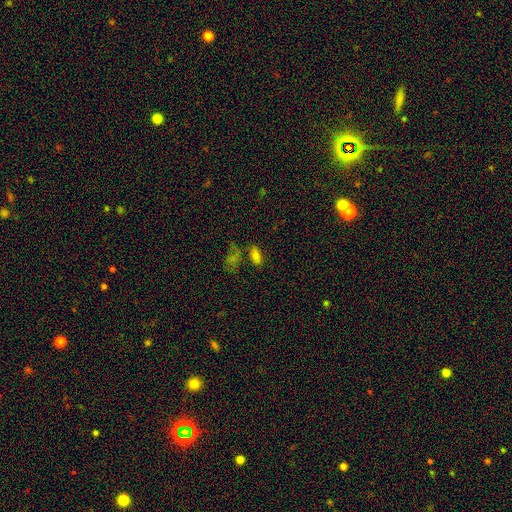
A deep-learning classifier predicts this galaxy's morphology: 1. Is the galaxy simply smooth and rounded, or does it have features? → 68% smooth, 19% star or artifact, 13% featured or disk.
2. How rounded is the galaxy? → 85% in between, 10% cigar-shaped, 5% round.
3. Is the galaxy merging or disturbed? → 58% none, 19% merger, 15% minor disturbance, 8% major disturbance.